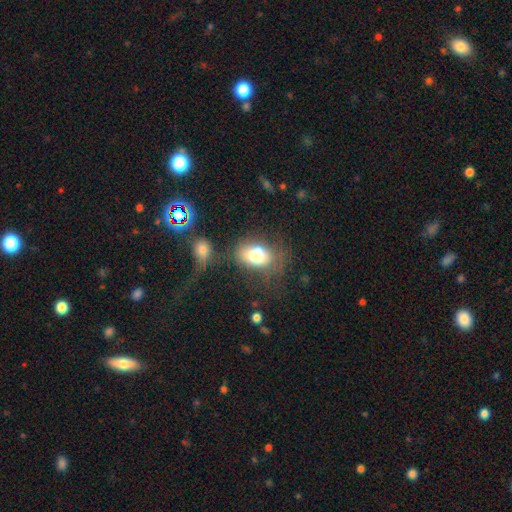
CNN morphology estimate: smooth-or-featured: smooth: 70% | featured or disk: 19% | star or artifact: 11%
  how-rounded: in between: 71% | round: 27% | cigar-shaped: 1%
  merging: none: 40% | merger: 24% | minor disturbance: 20% | major disturbance: 16%